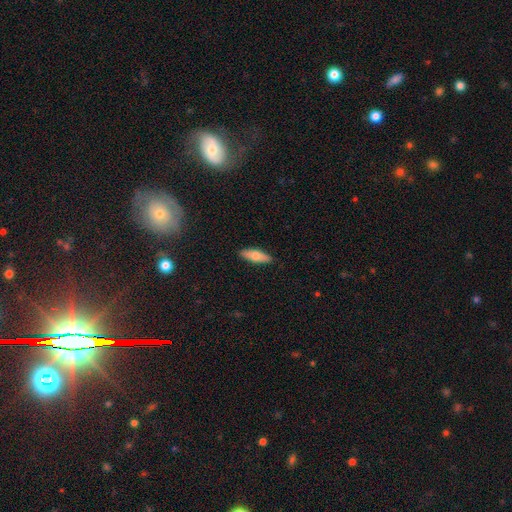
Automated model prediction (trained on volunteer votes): The model was most divided on "how rounded": in between: 57%, cigar-shaped: 41%, round: 2%. More confident: merging — none (89%); smooth or featured — smooth (67%).